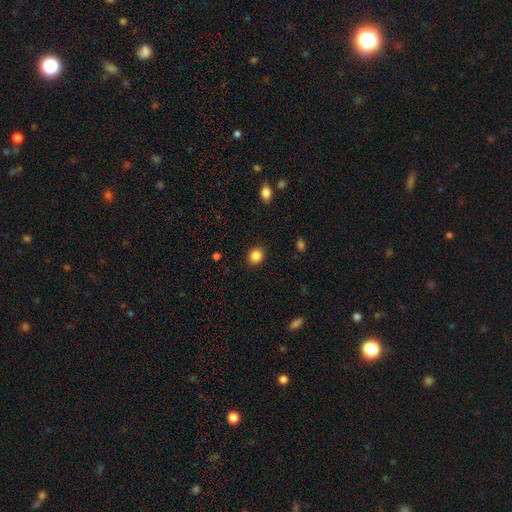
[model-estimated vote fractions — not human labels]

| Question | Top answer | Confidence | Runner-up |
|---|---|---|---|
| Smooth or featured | smooth | 86% | star or artifact (10%) |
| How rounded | round | 69% | in between (30%) |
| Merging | none | 90% | minor disturbance (7%) |